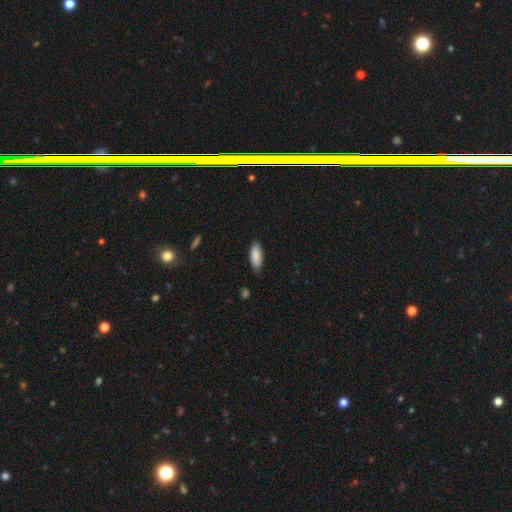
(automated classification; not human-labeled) Smooth or featured: smooth — 86% (featured or disk — 8%)
How rounded: in between — 74% (cigar-shaped — 24%)
Merging: none — 82% (minor disturbance — 15%)